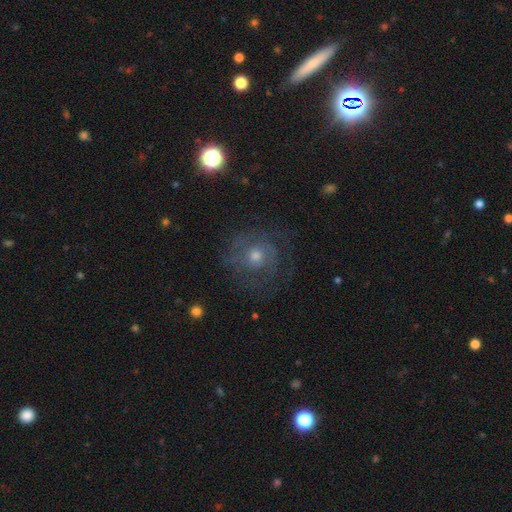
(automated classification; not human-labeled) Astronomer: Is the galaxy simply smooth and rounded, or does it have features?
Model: featured or disk — 57%.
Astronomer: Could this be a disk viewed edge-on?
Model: no — 97%.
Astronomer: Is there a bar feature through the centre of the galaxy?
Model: no — 82%.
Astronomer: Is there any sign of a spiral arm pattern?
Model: yes — 73%.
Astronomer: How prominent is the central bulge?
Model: moderate — 53% (runner-up: small, 39%).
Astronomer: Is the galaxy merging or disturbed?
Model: none — 69%.